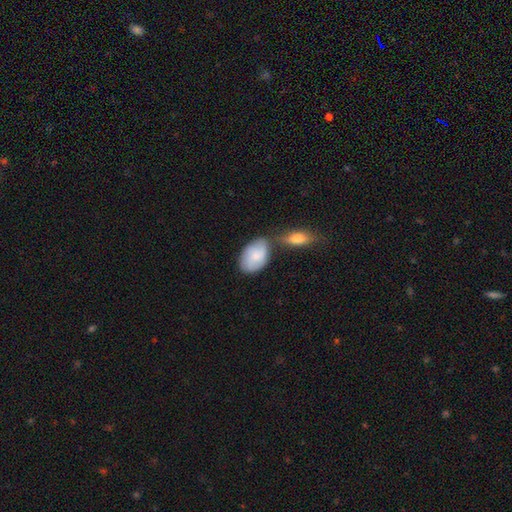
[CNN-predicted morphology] Smooth or featured?
  - smooth: 62% *
  - featured or disk: 32%
  - star or artifact: 6%
How rounded?
  - in between: 89% *
  - round: 9%
  - cigar-shaped: 2%
Merging?
  - none: 47% *
  - merger: 29%
  - minor disturbance: 19%
  - major disturbance: 5%